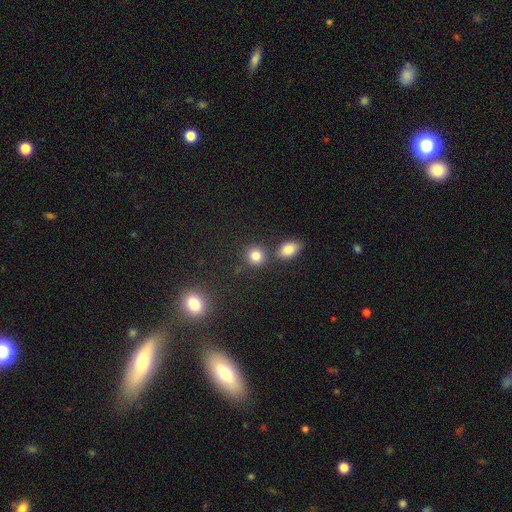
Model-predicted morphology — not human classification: This appears to be a smooth galaxy with no disk features (82%) that is round (82%). Merging: none (74%).